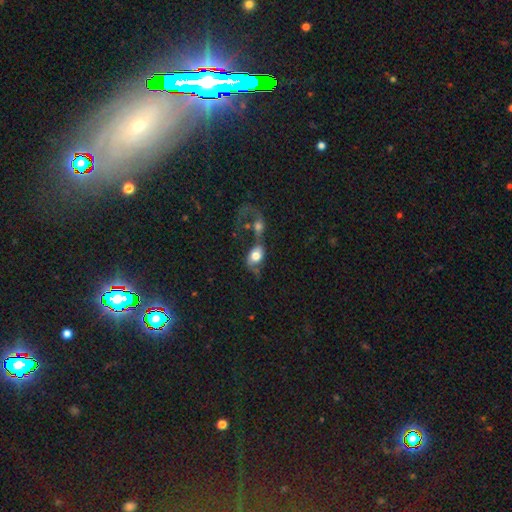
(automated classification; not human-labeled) Smooth or featured: smooth — 63% (featured or disk — 29%)
How rounded: in between — 72% (round — 26%)
Merging: merger — 56% (major disturbance — 21%)